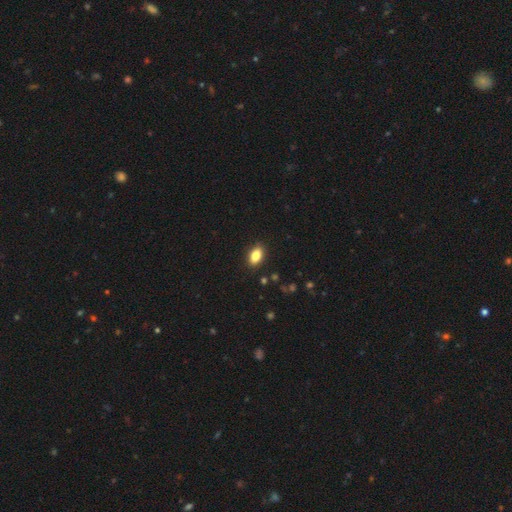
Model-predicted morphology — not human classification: A smooth galaxy with no disk features (83%) that is in between round and cigar-shaped (88%). Merging: none (88%).